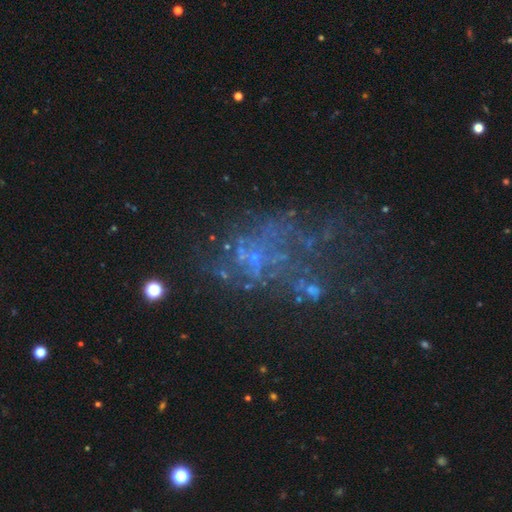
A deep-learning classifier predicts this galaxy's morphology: A featured or disk galaxy (50%).

Vote fractions:
- Smooth or featured? featured or disk: 50% / star or artifact: 34% / smooth: 16%
- Merging? none: 40% / major disturbance: 35% / minor disturbance: 15% / merger: 10%